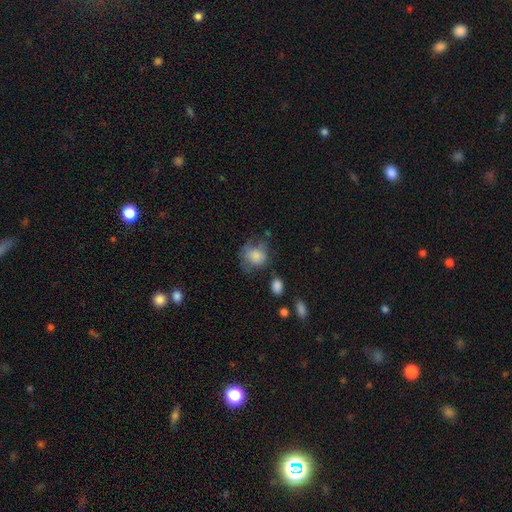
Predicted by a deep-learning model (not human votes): Q: Smooth or featured?
A: smooth (76%); runner-up: featured or disk (15%)
Q: How rounded?
A: round (63%); runner-up: in between (36%)
Q: Merging?
A: none (43%); runner-up: minor disturbance (30%)